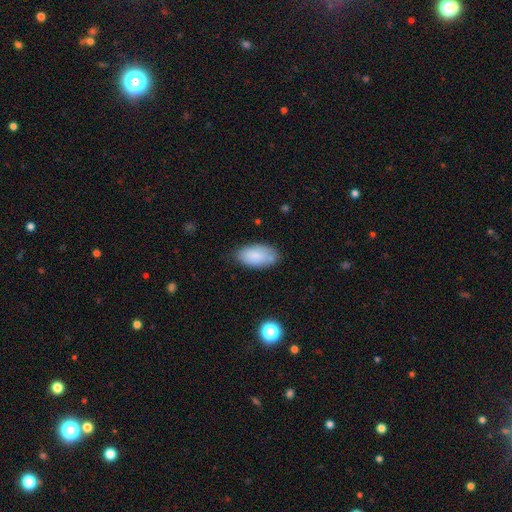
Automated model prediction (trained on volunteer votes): Overall: smooth (81%). How rounded: in between (94%). Merging: none (73%).